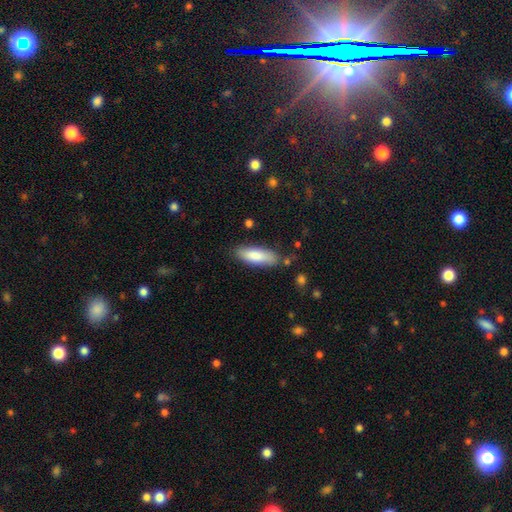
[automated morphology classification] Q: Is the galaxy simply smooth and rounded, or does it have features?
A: smooth — 83%.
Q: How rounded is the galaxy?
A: in between — 58%.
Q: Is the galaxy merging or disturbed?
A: none — 80%.